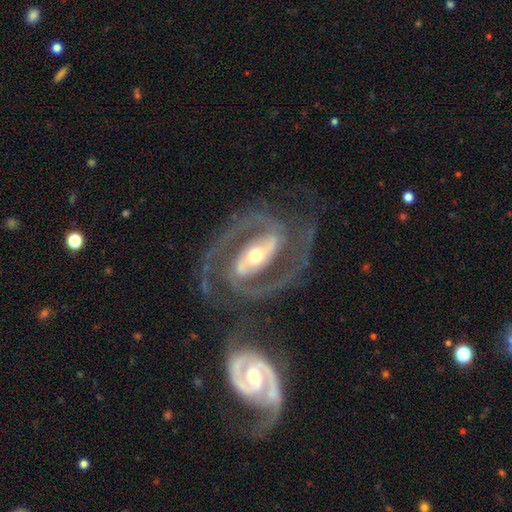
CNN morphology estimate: smooth-or-featured: featured or disk: 93% | star or artifact: 4% | smooth: 3%
  disk-edge-on: no: 97% | yes: 3%
    bar: strong: 67% | weak: 23% | no: 11%
    has-spiral-arms: yes: 98% | no: 2%
      spiral-winding: medium: 58% | tight: 33% | loose: 9%
      spiral-arm-count: 2: 91% | 3: 3% | can't tell: 2% | 1: 1% | 4: 1% | more than 4: 1%
    bulge-size: moderate: 63% | small: 28% | large: 7% | dominant: 1% | none: 1%
  merging: none: 75% | minor disturbance: 13% | major disturbance: 9% | merger: 3%